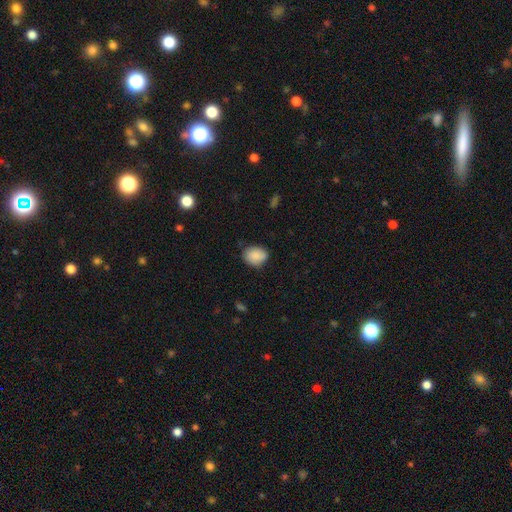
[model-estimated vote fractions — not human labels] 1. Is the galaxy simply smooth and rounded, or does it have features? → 88% smooth, 7% star or artifact, 5% featured or disk.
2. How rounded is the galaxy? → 56% in between, 43% round, 1% cigar-shaped.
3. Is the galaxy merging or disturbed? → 76% none, 20% minor disturbance, 3% major disturbance, 1% merger.